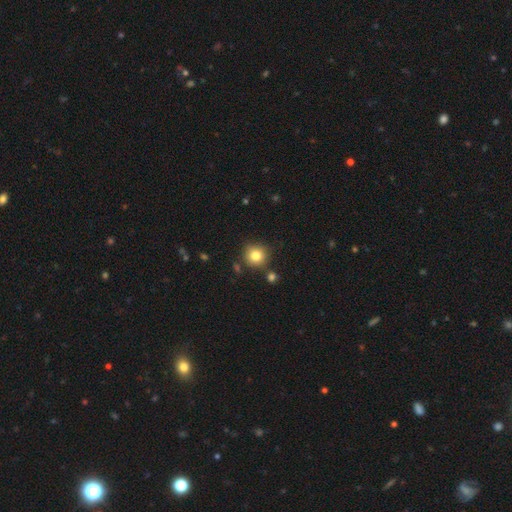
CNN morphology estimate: This appears to be a smooth galaxy with no disk features (81%) that is round (92%). Merging: none (82%).